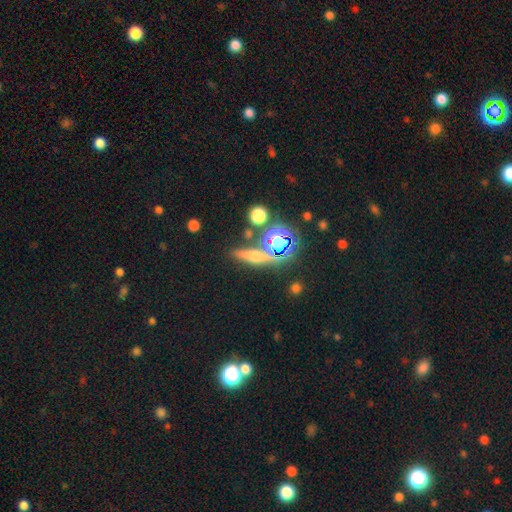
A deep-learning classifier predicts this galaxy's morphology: Smooth or featured: smooth — 39% (featured or disk — 33%)
Merging: none — 74% (merger — 11%)